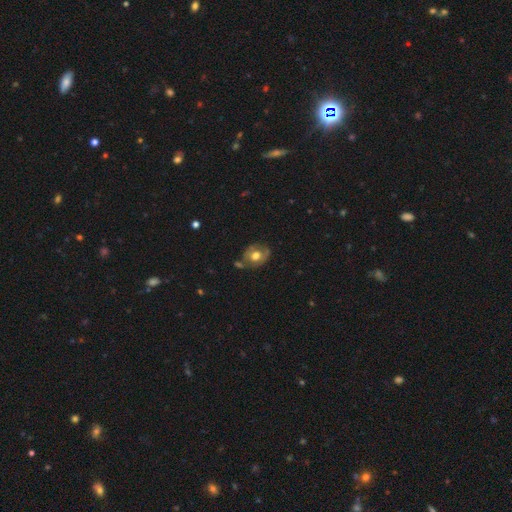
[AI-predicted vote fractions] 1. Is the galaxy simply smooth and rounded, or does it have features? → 51% smooth, 41% featured or disk, 8% star or artifact.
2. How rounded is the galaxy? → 54% round, 45% in between, 1% cigar-shaped.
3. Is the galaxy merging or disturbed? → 60% none, 22% minor disturbance, 11% merger, 7% major disturbance.